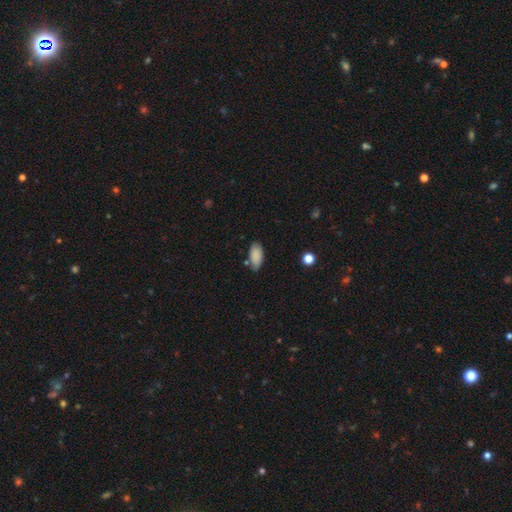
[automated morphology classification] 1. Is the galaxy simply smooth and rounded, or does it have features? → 87% smooth, 7% star or artifact, 6% featured or disk.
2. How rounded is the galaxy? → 93% in between, 5% cigar-shaped, 2% round.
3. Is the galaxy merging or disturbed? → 71% none, 21% minor disturbance, 4% merger, 4% major disturbance.